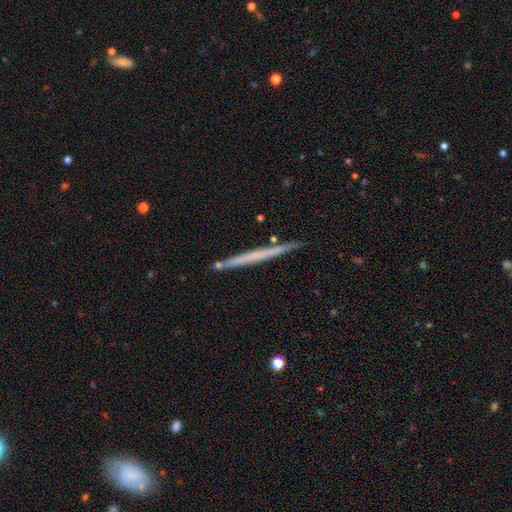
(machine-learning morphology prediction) A featured or disk galaxy (48%). Merging: none (89%).